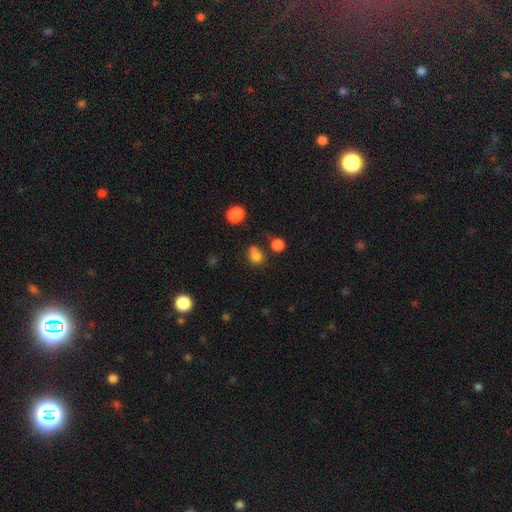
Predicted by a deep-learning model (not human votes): smooth 76%, star or artifact 16%, featured or disk 8%. Down the decision tree: how rounded — round (73%); merging — none (49%).